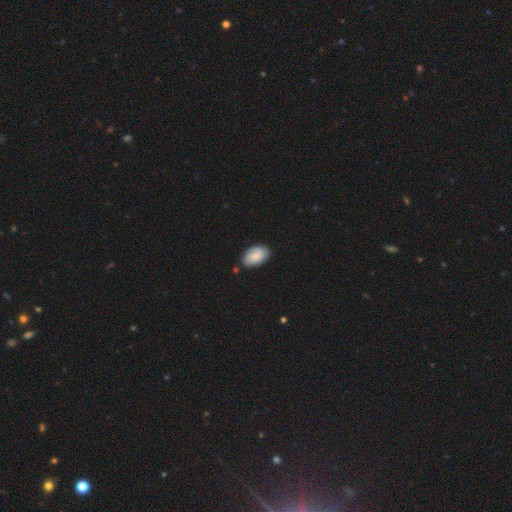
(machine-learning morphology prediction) Q: Smooth or featured?
A: smooth (75%); runner-up: featured or disk (18%)
Q: How rounded?
A: in between (93%); runner-up: round (5%)
Q: Merging?
A: none (77%); runner-up: minor disturbance (17%)